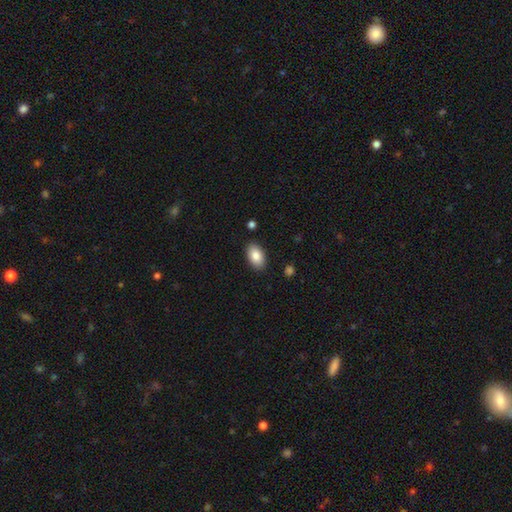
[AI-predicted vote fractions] Smooth or featured: smooth — 85% (featured or disk — 8%)
How rounded: in between — 93% (round — 6%)
Merging: none — 88% (minor disturbance — 9%)